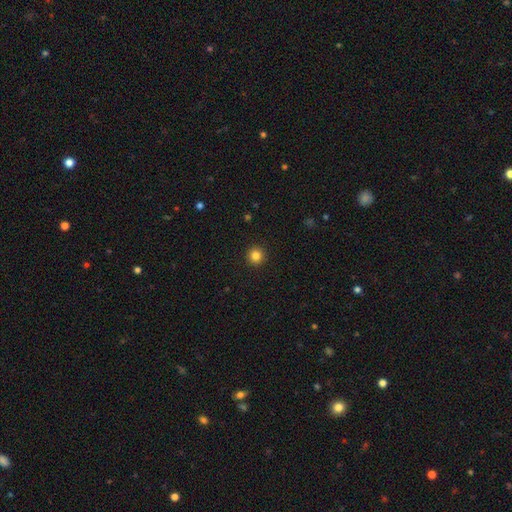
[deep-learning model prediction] Smooth or featured?
  - smooth: 83% *
  - star or artifact: 12%
  - featured or disk: 5%
How rounded?
  - round: 96% *
  - in between: 3%
  - cigar-shaped: 1%
Merging?
  - none: 93% *
  - minor disturbance: 4%
  - major disturbance: 2%
  - merger: 1%